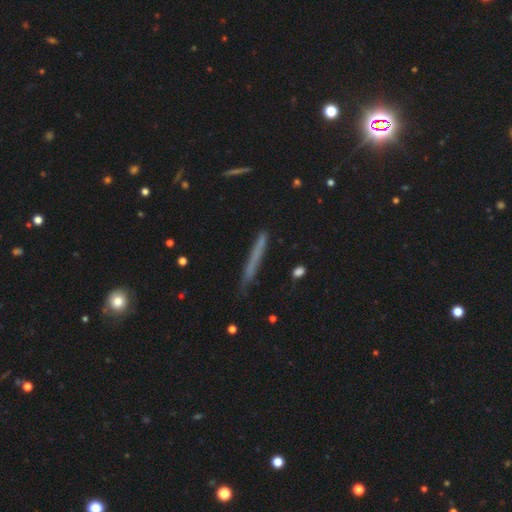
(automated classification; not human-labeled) Q: Smooth or featured?
A: smooth (54%); runner-up: featured or disk (33%)
Q: How rounded?
A: cigar-shaped (95%); runner-up: in between (3%)
Q: Merging?
A: none (81%); runner-up: minor disturbance (14%)